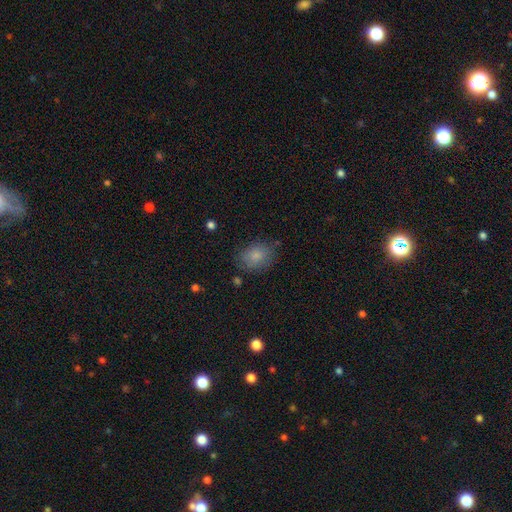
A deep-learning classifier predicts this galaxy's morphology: Smooth or featured: smooth — 83% (star or artifact — 9%)
How rounded: in between — 58% (round — 41%)
Merging: none — 75% (minor disturbance — 17%)